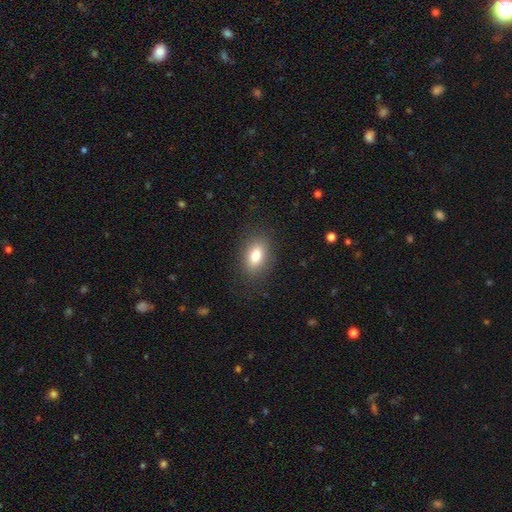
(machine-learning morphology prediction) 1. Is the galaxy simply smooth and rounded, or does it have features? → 79% smooth, 12% featured or disk, 9% star or artifact.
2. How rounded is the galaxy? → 83% in between, 14% round, 3% cigar-shaped.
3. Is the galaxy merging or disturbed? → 86% none, 10% minor disturbance, 4% major disturbance, 1% merger.